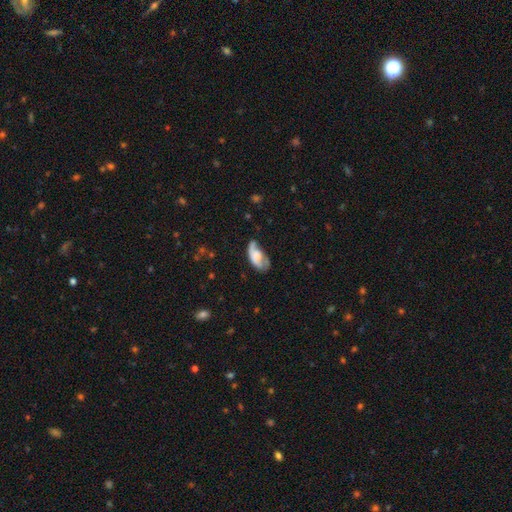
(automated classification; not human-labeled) smooth 47%, featured or disk 45%, star or artifact 7%. Down the decision tree: merging — none (36%).